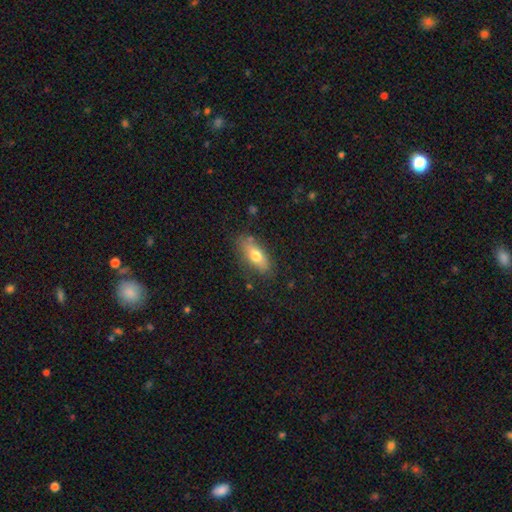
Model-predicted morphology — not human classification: Smooth or featured?
  - smooth: 71% *
  - featured or disk: 22%
  - star or artifact: 7%
How rounded?
  - in between: 78% *
  - cigar-shaped: 18%
  - round: 4%
Merging?
  - none: 74% *
  - minor disturbance: 19%
  - major disturbance: 5%
  - merger: 3%